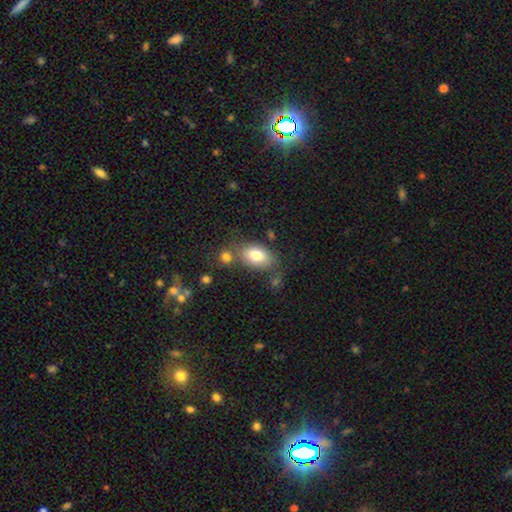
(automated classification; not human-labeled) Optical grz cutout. It shows a smooth galaxy with no disk features (79%) that is in between round and cigar-shaped (83%). Merging: none (63%).